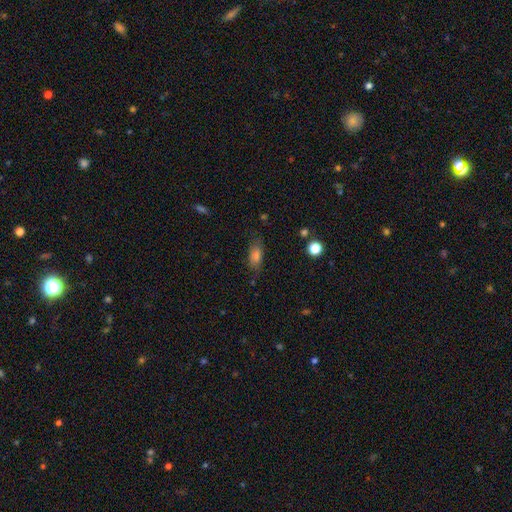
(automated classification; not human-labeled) The model was most divided on "how rounded": in between: 73%, cigar-shaped: 22%, round: 5%. More confident: merging — none (75%); smooth or featured — smooth (71%).